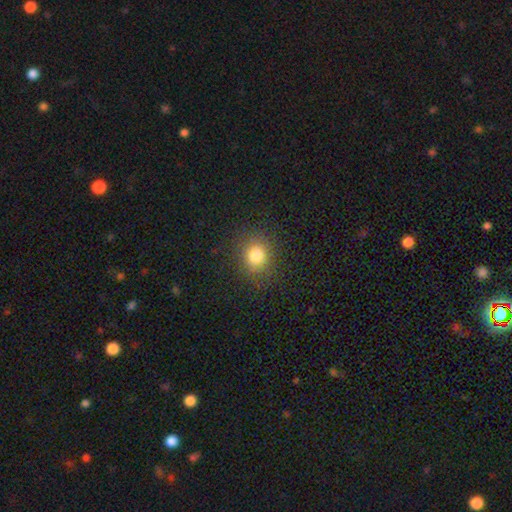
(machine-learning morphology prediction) smooth_or_featured: smooth (p=0.80) [alt: star or artifact p=0.14]
how_rounded: round (p=0.78) [alt: in between p=0.21]
merging: none (p=0.87) [alt: minor disturbance p=0.09]